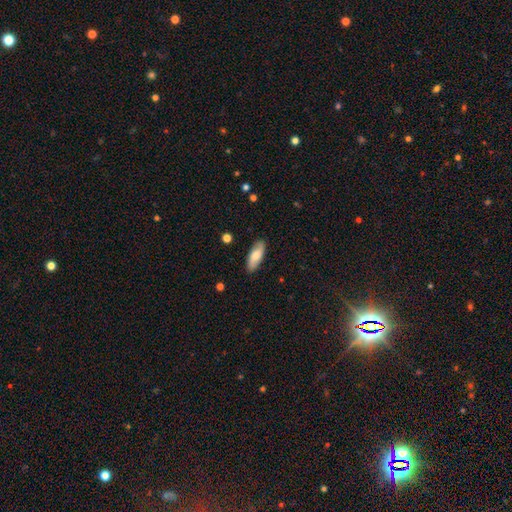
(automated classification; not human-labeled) Q: Smooth or featured?
A: smooth (69%); runner-up: featured or disk (25%)
Q: How rounded?
A: in between (73%); runner-up: cigar-shaped (25%)
Q: Merging?
A: none (87%); runner-up: minor disturbance (10%)